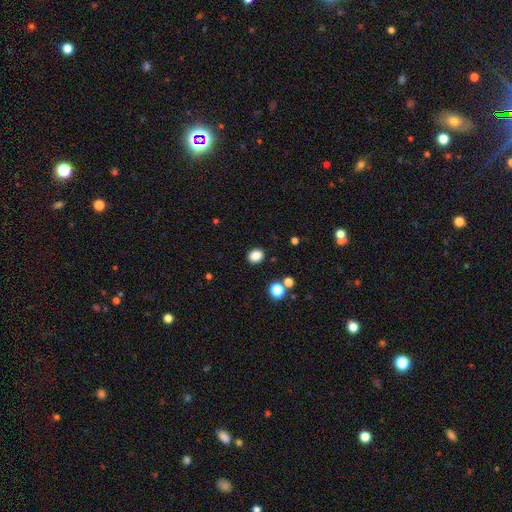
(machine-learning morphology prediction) smooth 85%, star or artifact 11%, featured or disk 4%. Down the decision tree: how rounded — round (56%); merging — none (89%).